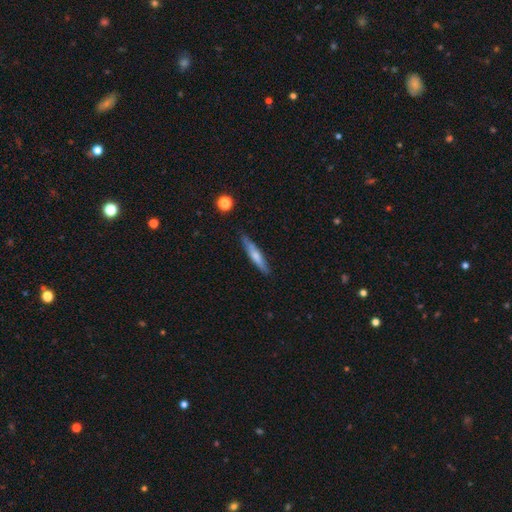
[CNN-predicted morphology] A smooth galaxy with no disk features (61%) that is cigar-shaped (90%). Merging: none (83%).